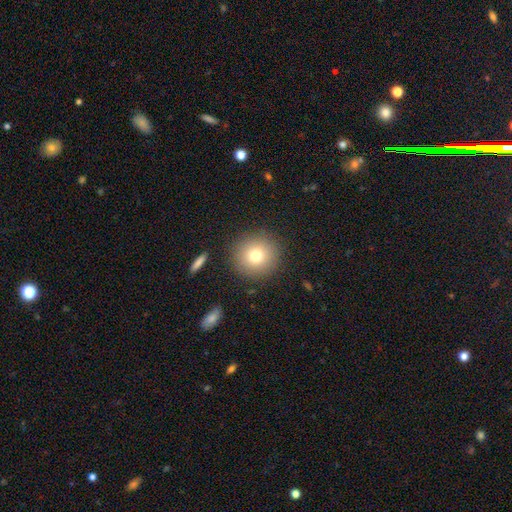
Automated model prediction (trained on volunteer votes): smooth 75%, featured or disk 13%, star or artifact 13%. Down the decision tree: how rounded — round (94%); merging — none (89%).